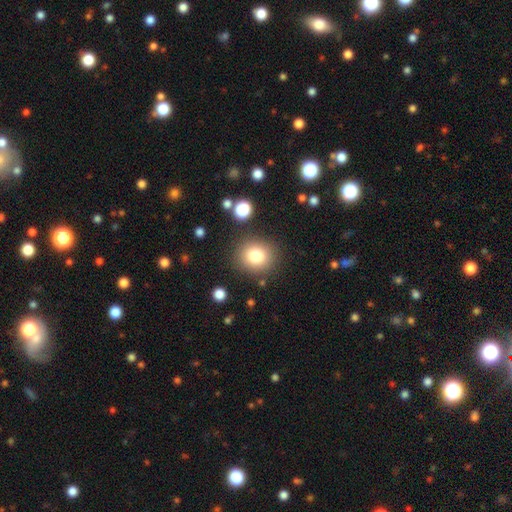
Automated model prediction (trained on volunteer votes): Smooth or featured?
  - smooth: 79% *
  - star or artifact: 12%
  - featured or disk: 9%
How rounded?
  - round: 81% *
  - in between: 19%
  - cigar-shaped: 1%
Merging?
  - none: 84% *
  - minor disturbance: 9%
  - major disturbance: 4%
  - merger: 3%